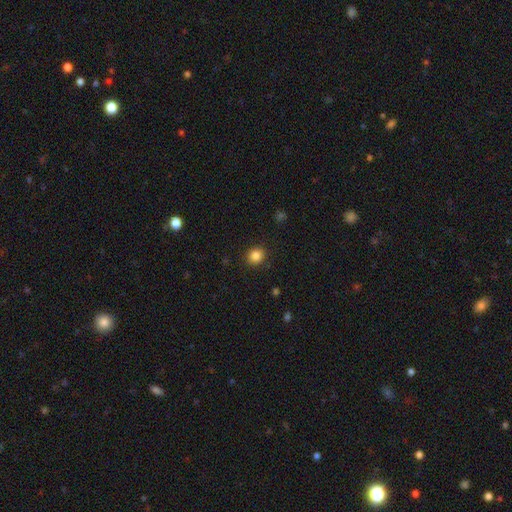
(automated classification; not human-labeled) Smooth or featured?
  - smooth: 85% *
  - star or artifact: 11%
  - featured or disk: 4%
How rounded?
  - round: 80% *
  - in between: 19%
  - cigar-shaped: 1%
Merging?
  - none: 90% *
  - minor disturbance: 7%
  - major disturbance: 2%
  - merger: 1%